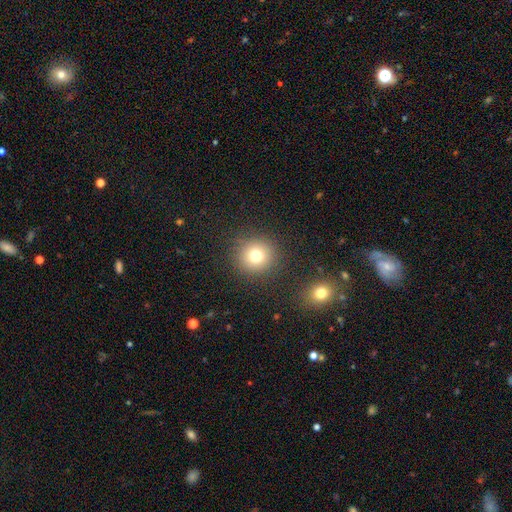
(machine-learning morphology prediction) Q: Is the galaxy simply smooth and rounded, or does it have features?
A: smooth — 75%.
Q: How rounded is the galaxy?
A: round — 93%.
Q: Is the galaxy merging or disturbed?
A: none — 89%.